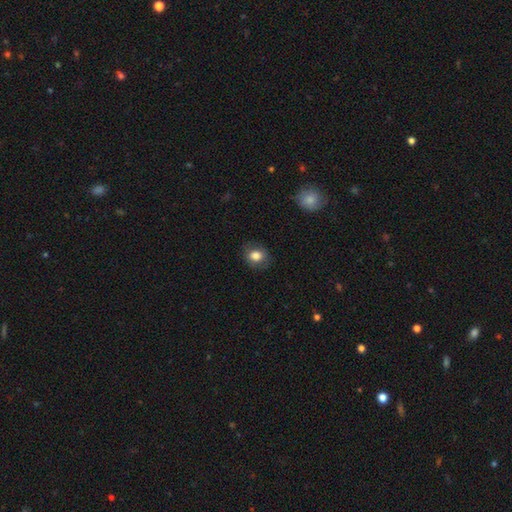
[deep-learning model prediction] A smooth galaxy with no disk features (81%) that is round (55%).

Vote fractions:
- Smooth or featured? smooth: 81% / featured or disk: 11% / star or artifact: 9%
- How rounded? round: 55% / in between: 44% / cigar-shaped: 1%
- Merging? none: 82% / minor disturbance: 13% / major disturbance: 4% / merger: 1%